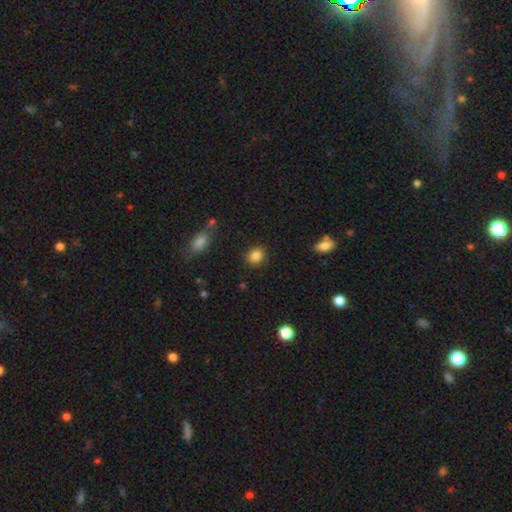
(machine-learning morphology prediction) A smooth galaxy with no disk features (86%) that is round (72%). Merging: none (88%).